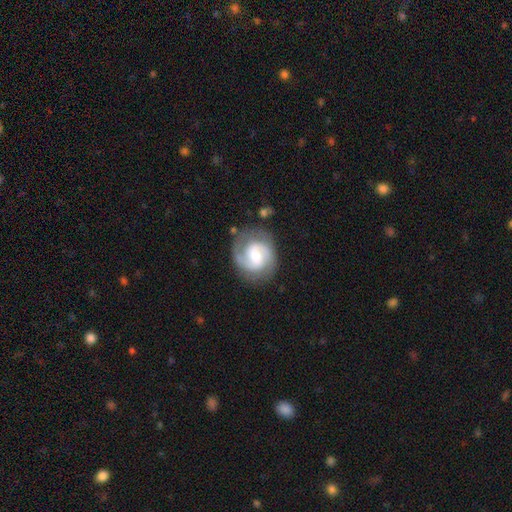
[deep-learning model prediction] featured or disk 85%, smooth 11%, star or artifact 5%. Down the decision tree: edge-on disk — no (98%); bar — weak (50%); spiral arms — yes (96%); spiral arm count — 2 (84%); spiral winding — medium (49%); bulge size — moderate (63%); merging — none (78%).